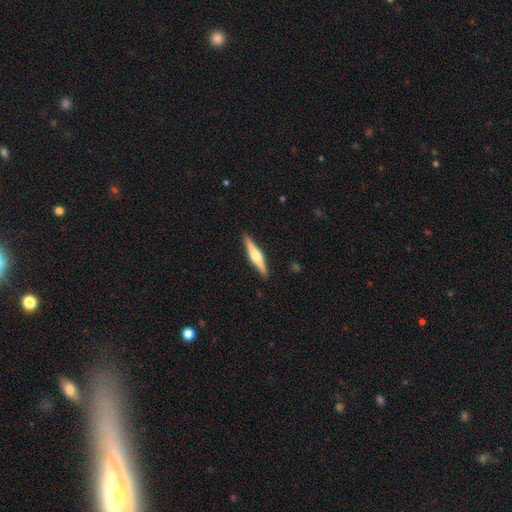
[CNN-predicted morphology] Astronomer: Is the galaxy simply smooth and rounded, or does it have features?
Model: featured or disk — 71%.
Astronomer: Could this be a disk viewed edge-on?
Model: yes — 98%.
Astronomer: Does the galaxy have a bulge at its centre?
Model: rounded — 93%.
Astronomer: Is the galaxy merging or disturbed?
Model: none — 91%.